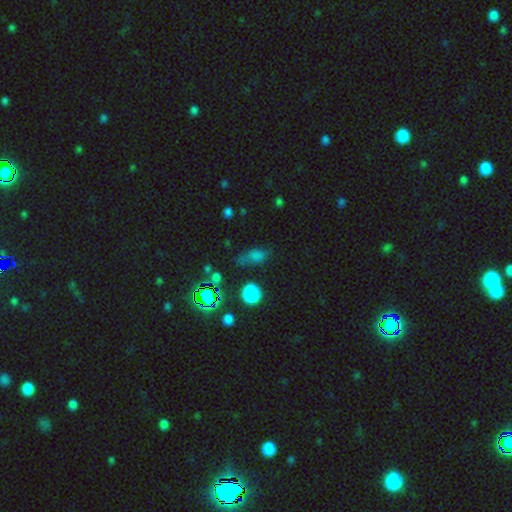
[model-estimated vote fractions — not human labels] Q: Smooth or featured?
A: smooth (54%); runner-up: star or artifact (35%)
Q: How rounded?
A: in between (65%); runner-up: round (24%)
Q: Merging?
A: none (60%); runner-up: minor disturbance (23%)